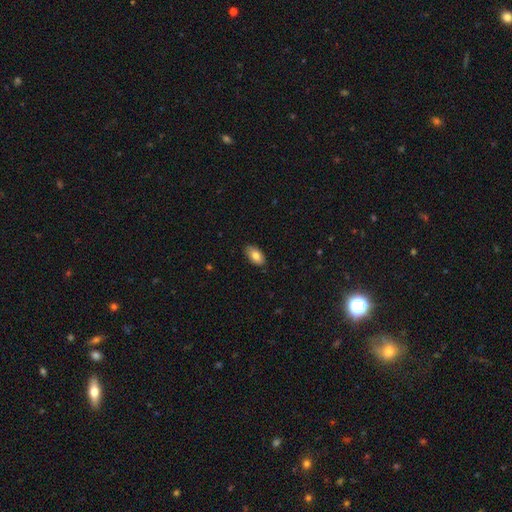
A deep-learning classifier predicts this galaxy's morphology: smooth 80%, featured or disk 13%, star or artifact 7%. Down the decision tree: how rounded — in between (93%); merging — none (87%).